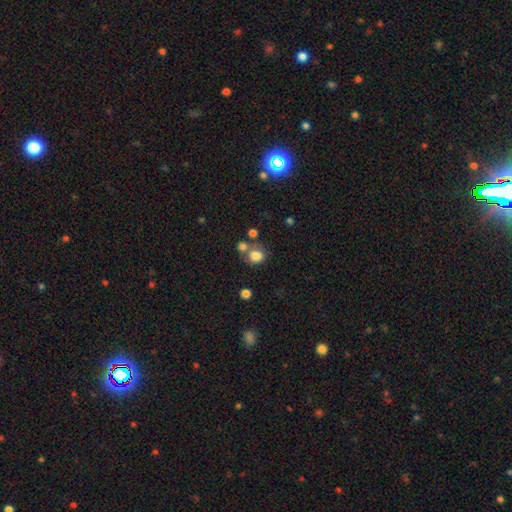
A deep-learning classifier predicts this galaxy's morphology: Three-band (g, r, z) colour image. It shows a smooth galaxy with no disk features (81%) that is round (69%). Merging: none (52%).